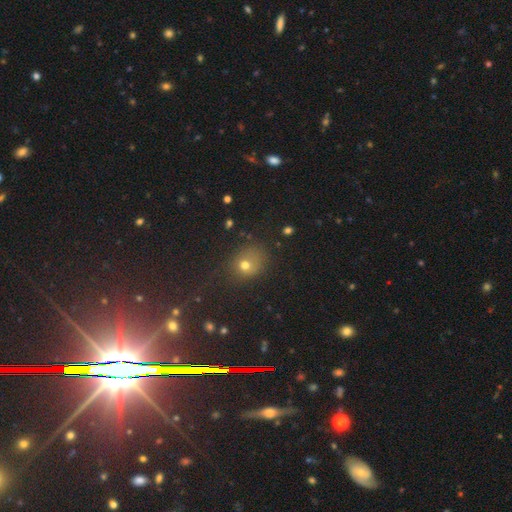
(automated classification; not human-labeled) Q: Smooth or featured?
A: smooth (55%); runner-up: star or artifact (35%)
Q: How rounded?
A: round (76%); runner-up: in between (23%)
Q: Merging?
A: none (78%); runner-up: minor disturbance (13%)